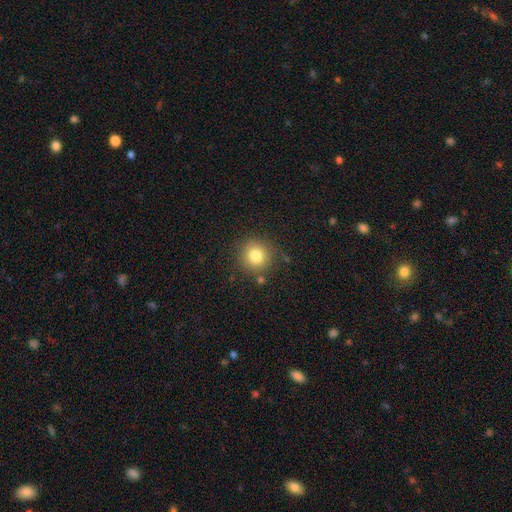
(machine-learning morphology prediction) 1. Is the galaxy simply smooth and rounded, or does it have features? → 81% smooth, 11% star or artifact, 8% featured or disk.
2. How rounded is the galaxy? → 93% round, 6% in between, 1% cigar-shaped.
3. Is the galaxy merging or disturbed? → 83% none, 10% minor disturbance, 4% merger, 4% major disturbance.